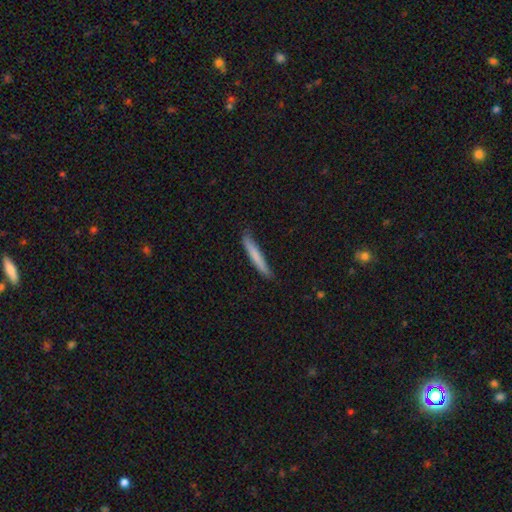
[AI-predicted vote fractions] The model was most divided on "smooth or featured": smooth: 74%, featured or disk: 20%, star or artifact: 6%. More confident: how rounded — cigar-shaped (96%); merging — none (85%).